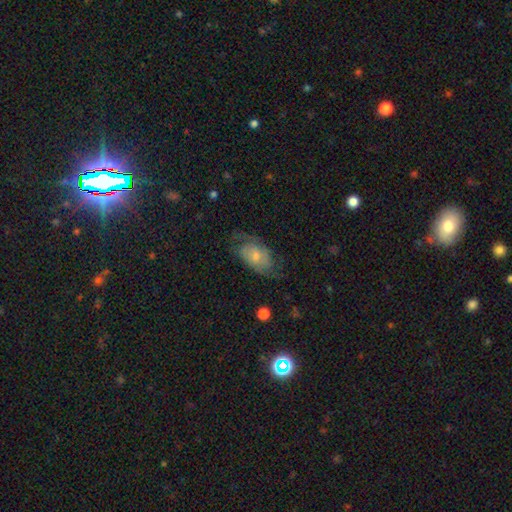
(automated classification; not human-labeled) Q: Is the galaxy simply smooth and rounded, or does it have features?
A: featured or disk — 55%.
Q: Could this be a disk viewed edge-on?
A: no — 94%.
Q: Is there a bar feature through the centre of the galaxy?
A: no — 70%.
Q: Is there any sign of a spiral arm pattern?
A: yes — 80%.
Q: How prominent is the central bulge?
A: moderate — 45%.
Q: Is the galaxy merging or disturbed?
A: none — 55%.